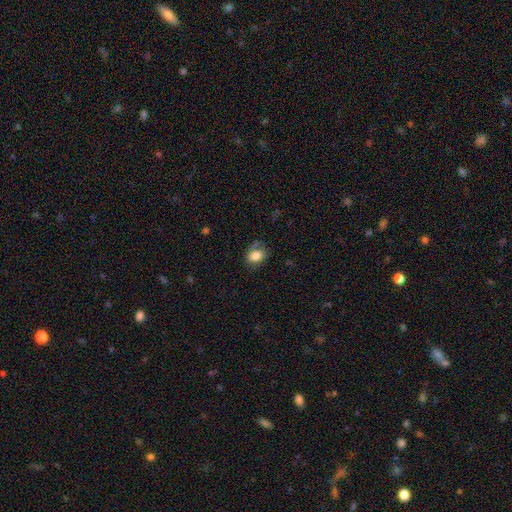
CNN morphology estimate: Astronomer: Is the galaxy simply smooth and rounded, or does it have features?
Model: smooth — 79%.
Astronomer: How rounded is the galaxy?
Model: in between — 70%.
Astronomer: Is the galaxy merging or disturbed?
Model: none — 59%.